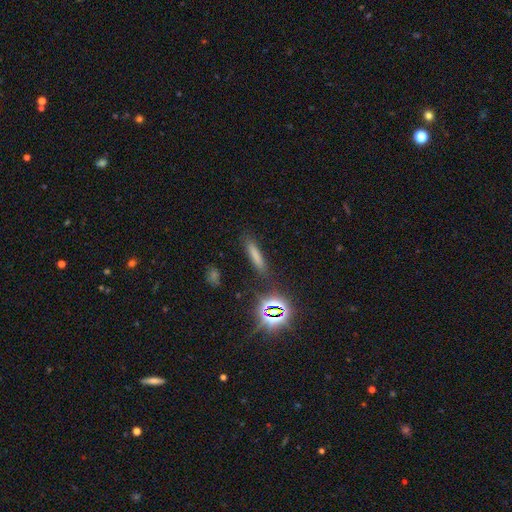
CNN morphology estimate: smooth_or_featured: smooth (p=0.70) [alt: star or artifact p=0.19]
how_rounded: cigar-shaped (p=0.86) [alt: in between p=0.12]
merging: none (p=0.84) [alt: minor disturbance p=0.10]